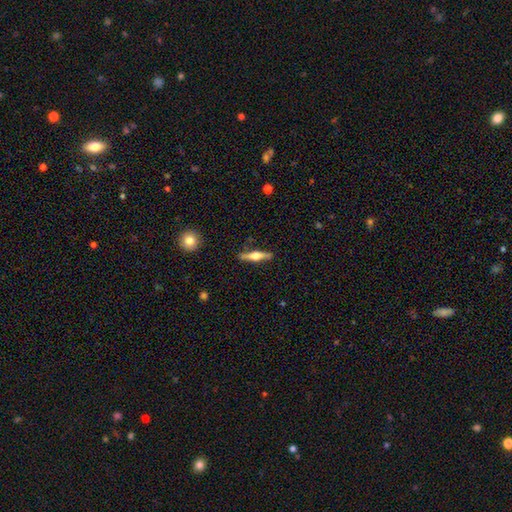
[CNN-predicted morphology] Smooth or featured? featured or disk (62%)
Edge-on disk? yes (96%)
Edge-on bulge? rounded (91%)
Merging? none (87%)